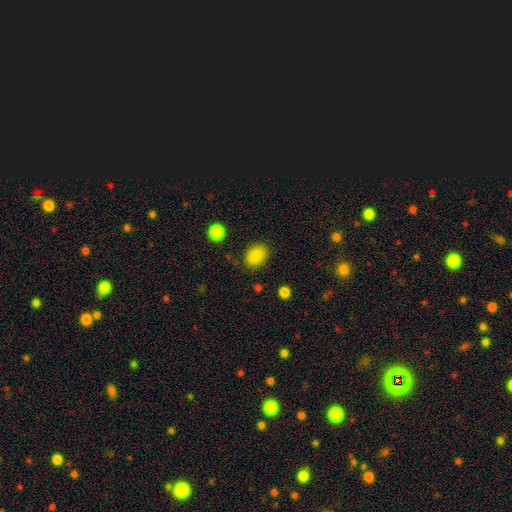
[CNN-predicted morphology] Overall: smooth (87%). How rounded: in between (62%; round 37%). Merging: none (84%).